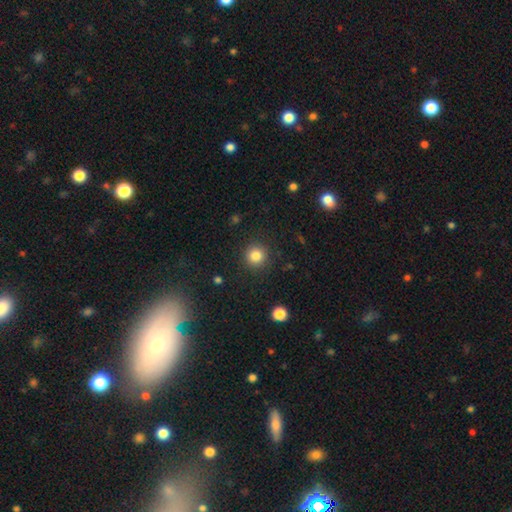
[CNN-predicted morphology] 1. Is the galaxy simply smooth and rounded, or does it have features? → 83% smooth, 11% star or artifact, 5% featured or disk.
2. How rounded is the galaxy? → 94% round, 5% in between, 1% cigar-shaped.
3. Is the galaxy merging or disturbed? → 91% none, 6% minor disturbance, 2% major disturbance, 1% merger.